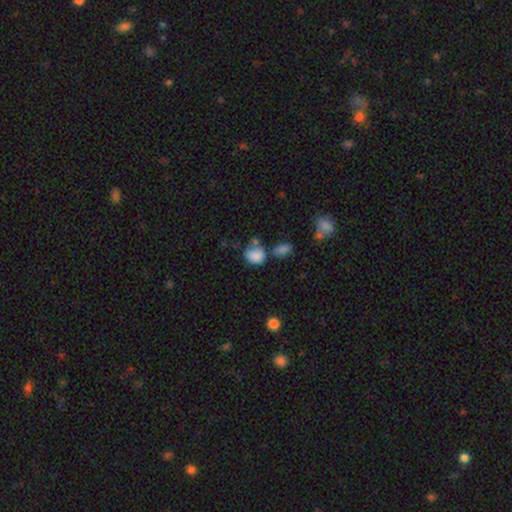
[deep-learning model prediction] A smooth galaxy with no disk features (84%) that is round (50%).

Vote fractions:
- Smooth or featured? smooth: 84% / star or artifact: 10% / featured or disk: 6%
- How rounded? round: 50% / in between: 49% / cigar-shaped: 1%
- Merging? none: 49% / minor disturbance: 22% / merger: 21% / major disturbance: 8%